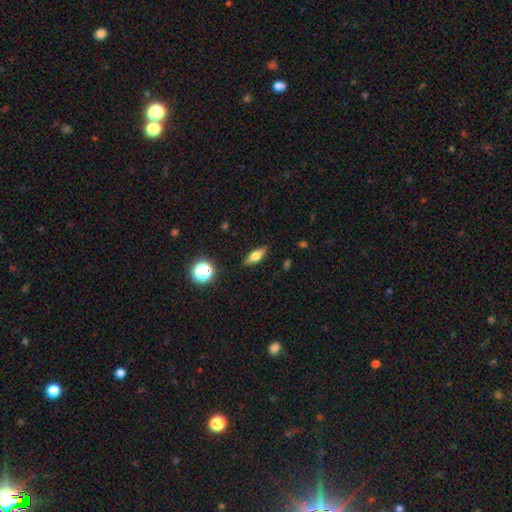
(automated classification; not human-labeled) Smooth or featured? smooth (55%)
How rounded? in between (64%)
Merging? none (87%)